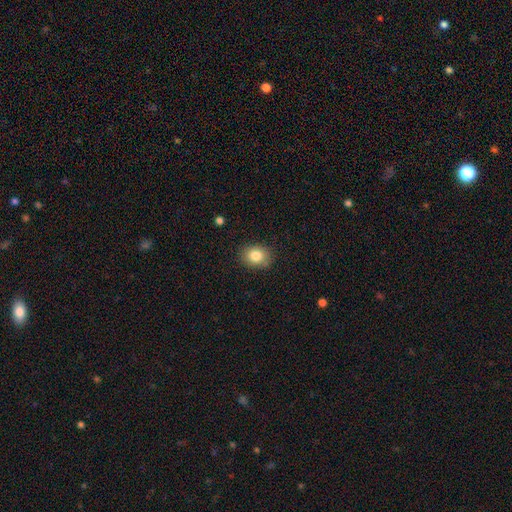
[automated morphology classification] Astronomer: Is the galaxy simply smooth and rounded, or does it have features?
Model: smooth — 83%.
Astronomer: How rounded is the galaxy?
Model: in between — 52% (runner-up: round, 47%).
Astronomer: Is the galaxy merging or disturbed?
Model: none — 86%.